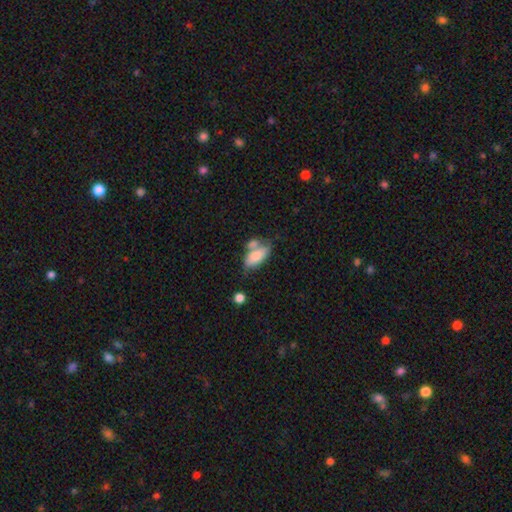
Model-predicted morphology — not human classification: Smooth or featured? Predicted: smooth (p=0.75). How rounded? Predicted: in between (p=0.88). Merging? Predicted: merger (p=0.38).